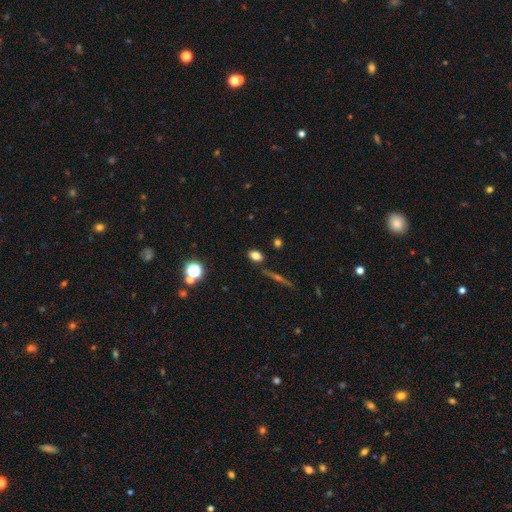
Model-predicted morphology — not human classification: This is likely a smooth galaxy (75%). How rounded: likely in between (73%). Merging: clearly none (81%).